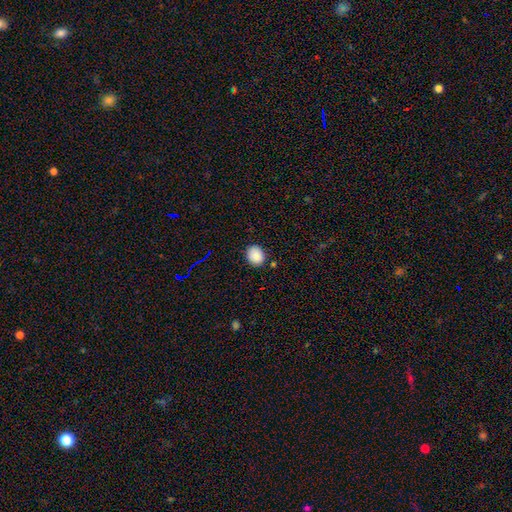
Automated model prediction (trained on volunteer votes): Smooth or featured?
  - smooth: 87% *
  - star or artifact: 9%
  - featured or disk: 4%
How rounded?
  - round: 54% *
  - in between: 46%
  - cigar-shaped: 1%
Merging?
  - none: 83% *
  - minor disturbance: 12%
  - major disturbance: 3%
  - merger: 2%